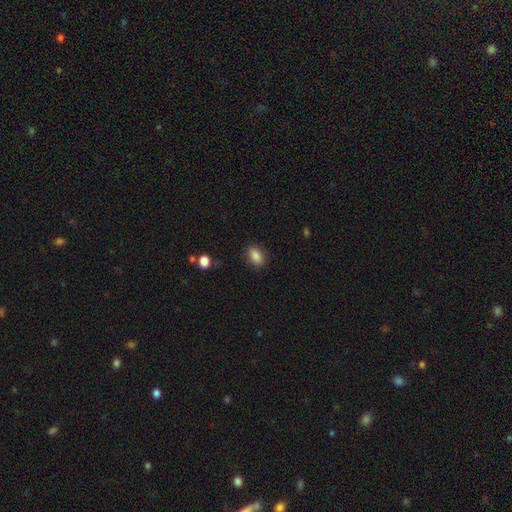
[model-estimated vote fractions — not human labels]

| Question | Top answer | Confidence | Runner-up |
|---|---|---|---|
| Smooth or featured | smooth | 86% | star or artifact (9%) |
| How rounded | in between | 85% | round (12%) |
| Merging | none | 86% | minor disturbance (10%) |